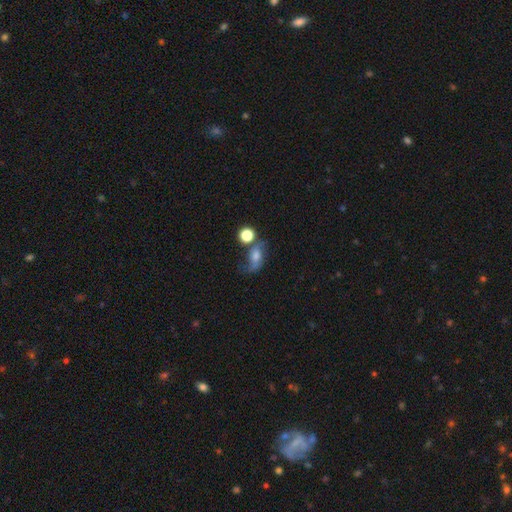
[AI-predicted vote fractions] smooth-or-featured: featured or disk: 47% | smooth: 36% | star or artifact: 16%
  merging: none: 43% | major disturbance: 20% | minor disturbance: 20% | merger: 16%